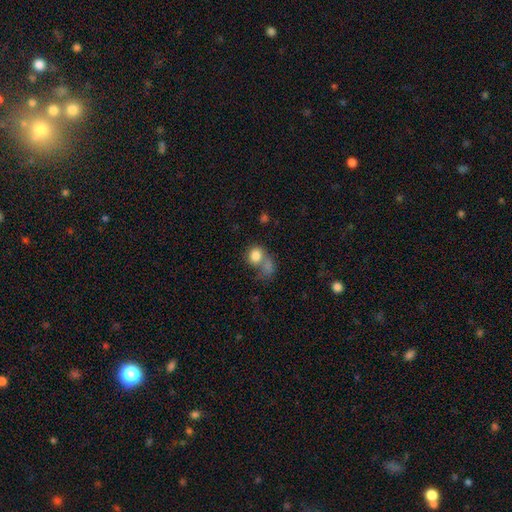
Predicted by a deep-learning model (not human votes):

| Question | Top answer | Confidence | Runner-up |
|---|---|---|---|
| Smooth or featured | smooth | 80% | featured or disk (11%) |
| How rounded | round | 68% | in between (30%) |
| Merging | merger | 42% | none (30%) |